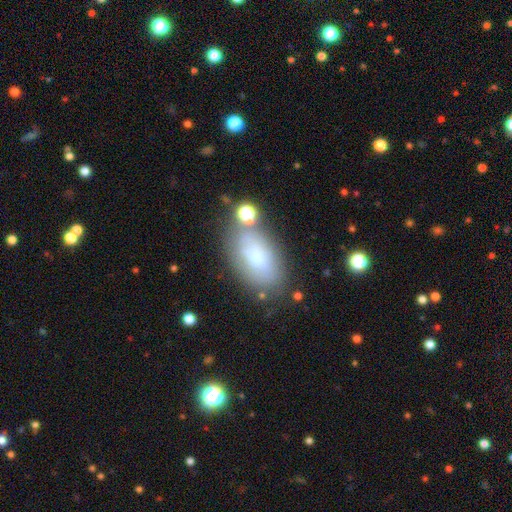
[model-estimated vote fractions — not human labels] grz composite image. It shows a smooth galaxy with no disk features (68%) that is in between round and cigar-shaped (92%). Merging: none (58%).